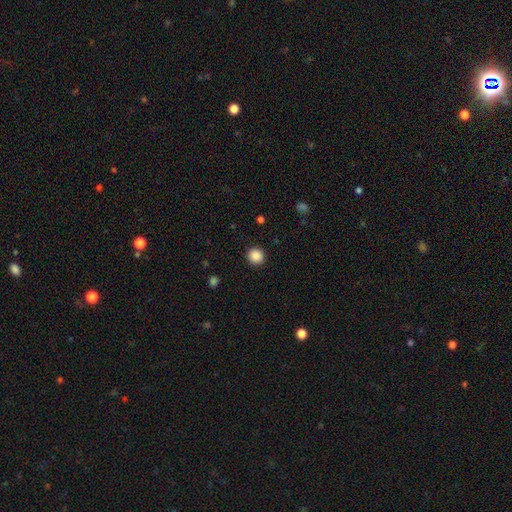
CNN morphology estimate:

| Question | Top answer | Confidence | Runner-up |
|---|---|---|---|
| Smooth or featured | smooth | 88% | star or artifact (10%) |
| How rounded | round | 93% | in between (6%) |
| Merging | none | 92% | minor disturbance (5%) |